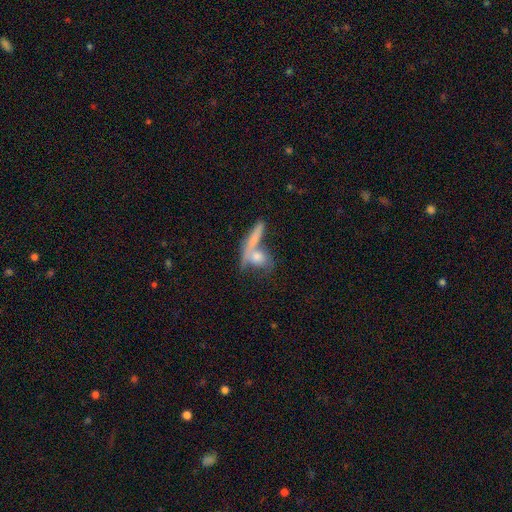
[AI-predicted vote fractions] The model was most divided on "how rounded": in between: 35%, cigar-shaped: 33%, round: 32%. Remaining: smooth or featured — smooth (55%); merging — merger (43%).